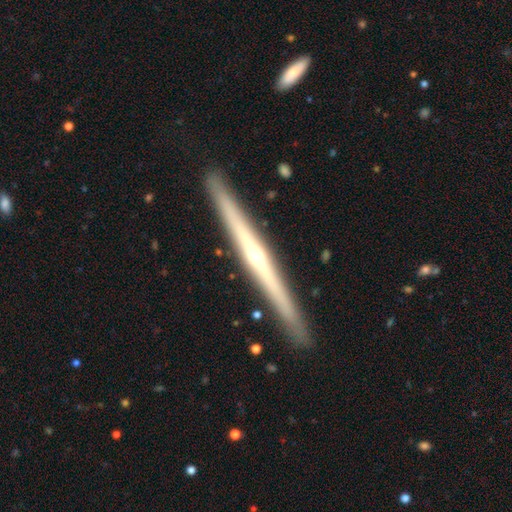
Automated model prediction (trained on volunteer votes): featured or disk 80%, smooth 15%, star or artifact 5%. Down the decision tree: edge-on disk — yes (98%); edge-on bulge — rounded (75%); merging — none (92%).